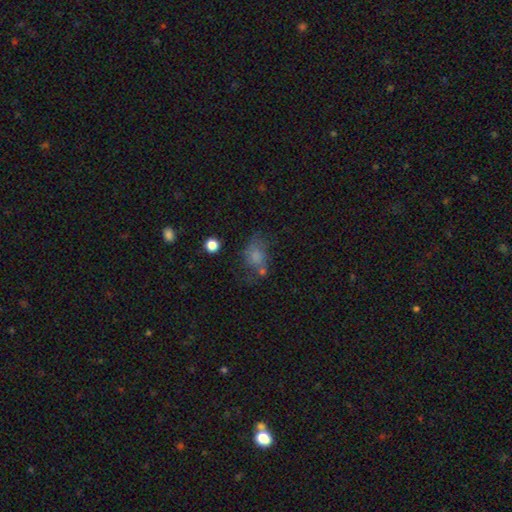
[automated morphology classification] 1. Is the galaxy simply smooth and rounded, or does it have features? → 69% smooth, 18% featured or disk, 14% star or artifact.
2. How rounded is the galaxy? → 66% in between, 32% round, 2% cigar-shaped.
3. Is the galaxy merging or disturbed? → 39% none, 26% minor disturbance, 23% major disturbance, 12% merger.